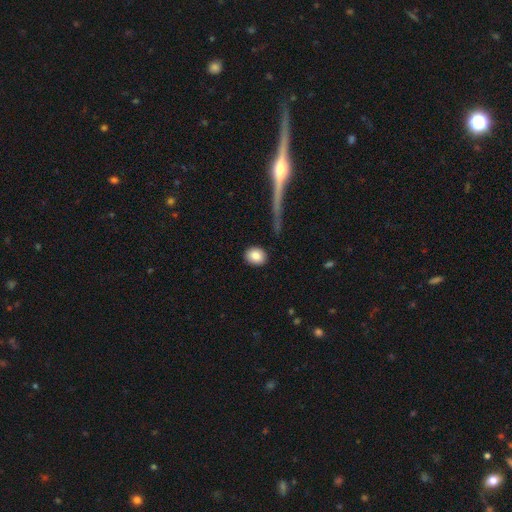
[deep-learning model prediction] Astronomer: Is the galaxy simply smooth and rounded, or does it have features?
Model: smooth — 84%.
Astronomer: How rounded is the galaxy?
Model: round — 60% (runner-up: in between, 38%).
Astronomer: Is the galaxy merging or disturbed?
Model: none — 88%.